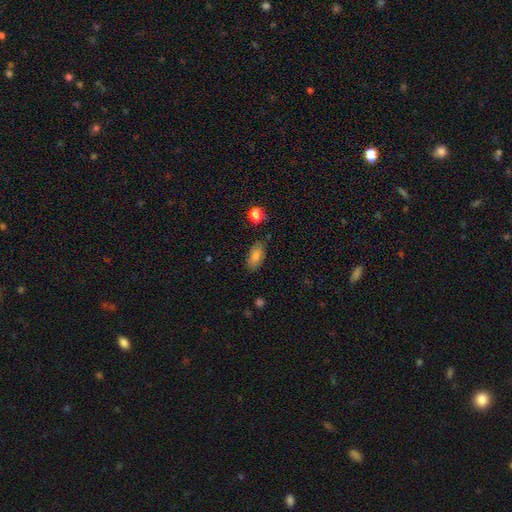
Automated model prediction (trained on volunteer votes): smooth_or_featured: smooth (p=0.79) [alt: featured or disk p=0.13]
how_rounded: in between (p=0.90) [alt: cigar-shaped p=0.05]
merging: none (p=0.81) [alt: minor disturbance p=0.14]